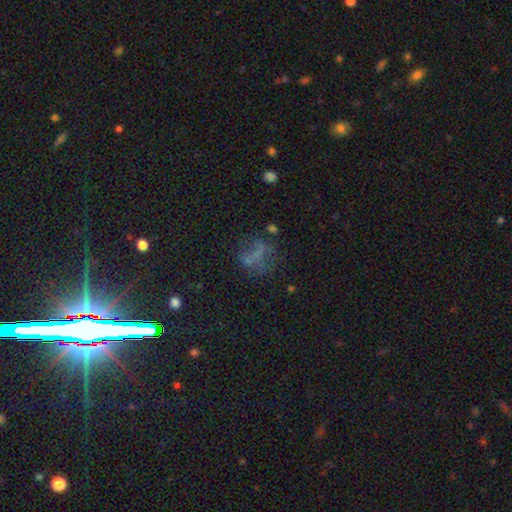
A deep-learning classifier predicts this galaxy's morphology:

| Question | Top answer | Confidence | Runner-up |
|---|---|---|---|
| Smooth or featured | smooth | 38% | star or artifact (32%) |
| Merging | none | 45% | major disturbance (28%) |